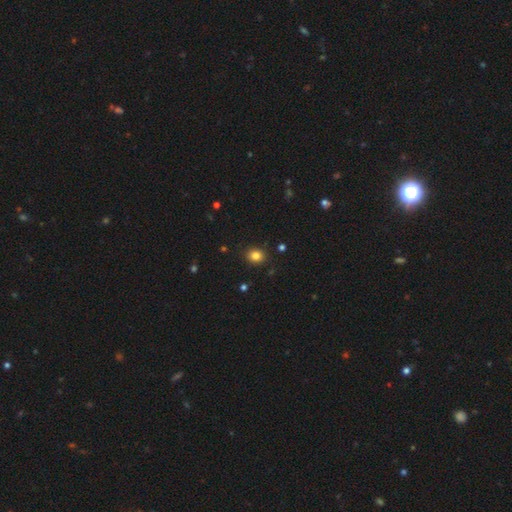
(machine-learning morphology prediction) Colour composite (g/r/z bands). It shows a smooth galaxy with no disk features (83%) that is round (65%). Merging: none (89%).